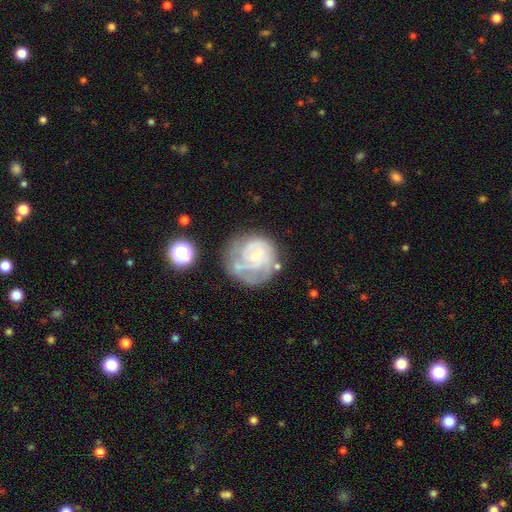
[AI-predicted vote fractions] A featured or disk galaxy (77%) with no bar (61%), tight (61%) spiral arms (90%) and a small central bulge (69%).

Vote fractions:
- Smooth or featured? featured or disk: 77% / smooth: 16% / star or artifact: 7%
- Edge-on disk? no: 98% / yes: 2%
- Bar? no: 61% / weak: 34% / strong: 5%
- Spiral arms? yes: 90% / no: 10%
- Spiral winding? tight: 61% / medium: 30% / loose: 9%
- Spiral arm count? can't tell: 34% / 2: 28% / 3: 21% / 1: 8% / 4: 6% / more than 4: 4%
- Bulge size? small: 69% / moderate: 22% / none: 6% / large: 2% / dominant: 1%
- Merging? none: 52% / minor disturbance: 24% / major disturbance: 17% / merger: 7%